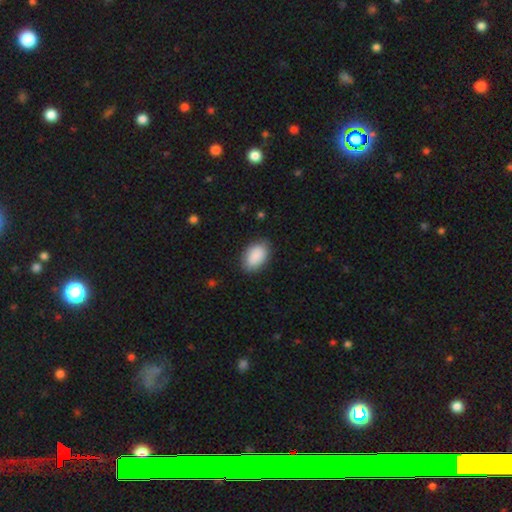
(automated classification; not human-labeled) smooth 89%, star or artifact 6%, featured or disk 5%. Down the decision tree: how rounded — in between (90%); merging — none (83%).